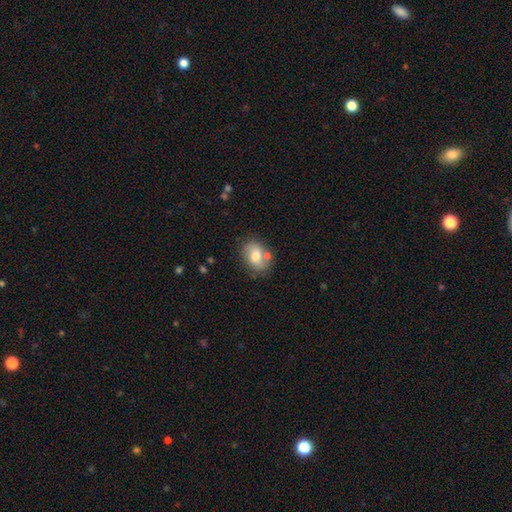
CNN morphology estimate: This is likely a smooth galaxy (67%). How rounded: likely in between (72%). Merging: likely none (66%).